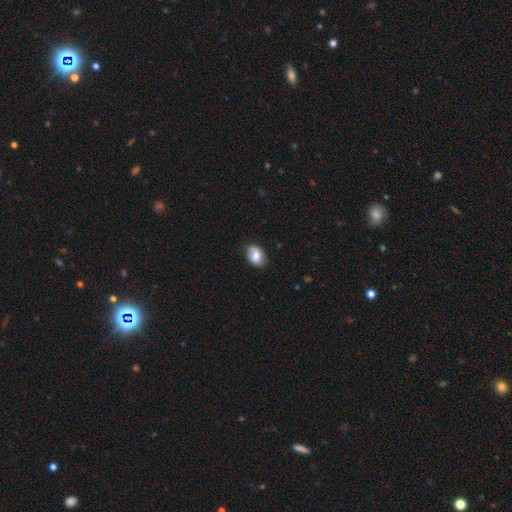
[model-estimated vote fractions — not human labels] Q: Smooth or featured?
A: smooth (73%); runner-up: featured or disk (20%)
Q: How rounded?
A: in between (80%); runner-up: round (19%)
Q: Merging?
A: none (83%); runner-up: minor disturbance (13%)